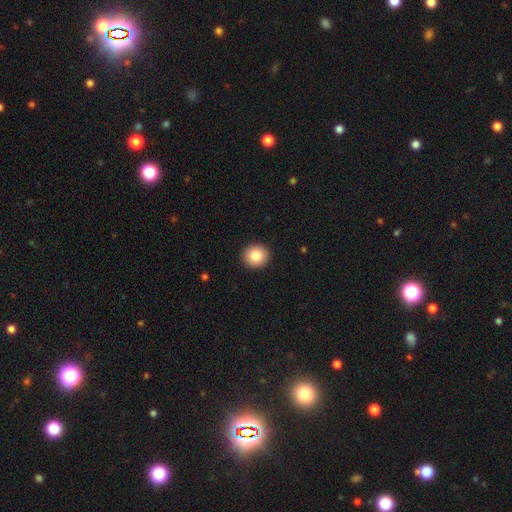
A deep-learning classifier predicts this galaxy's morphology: smooth-or-featured: smooth: 84% | star or artifact: 9% | featured or disk: 7%
  how-rounded: round: 91% | in between: 9% | cigar-shaped: 1%
  merging: none: 93% | minor disturbance: 5% | major disturbance: 1% | merger: 1%